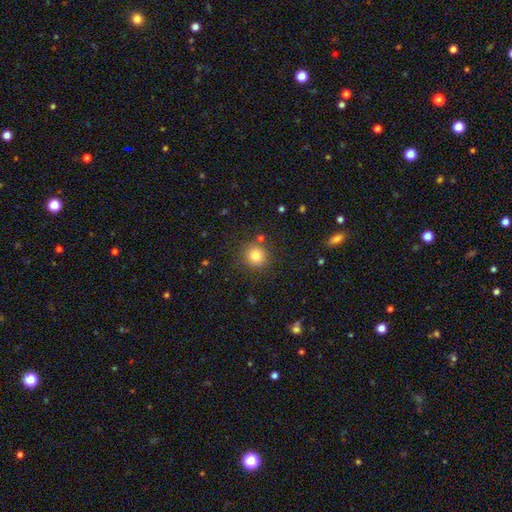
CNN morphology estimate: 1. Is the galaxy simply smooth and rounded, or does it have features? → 81% smooth, 12% star or artifact, 7% featured or disk.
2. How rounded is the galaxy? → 93% round, 6% in between, 1% cigar-shaped.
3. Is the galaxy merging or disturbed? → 85% none, 8% minor disturbance, 4% merger, 3% major disturbance.